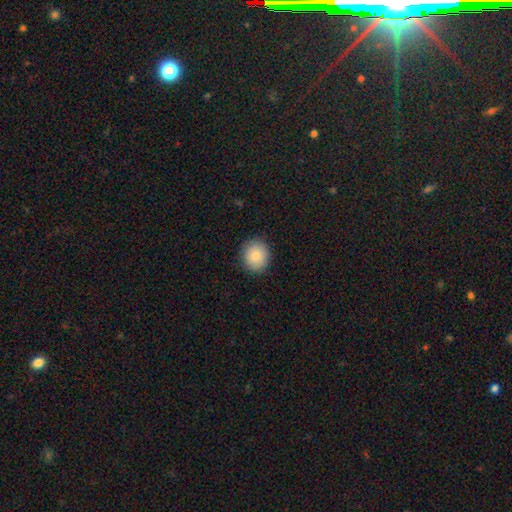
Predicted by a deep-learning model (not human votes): smooth 84%, star or artifact 8%, featured or disk 8%. Down the decision tree: how rounded — round (84%); merging — none (90%).